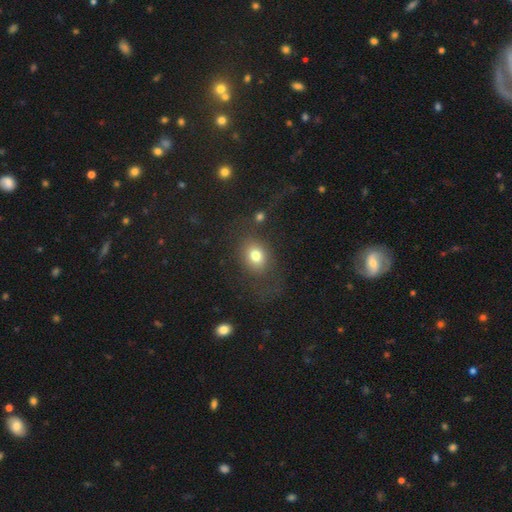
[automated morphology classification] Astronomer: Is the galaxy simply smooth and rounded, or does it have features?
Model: smooth — 77%.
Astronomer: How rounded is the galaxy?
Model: in between — 54% (runner-up: round, 45%).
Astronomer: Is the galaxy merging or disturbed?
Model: none — 64%.